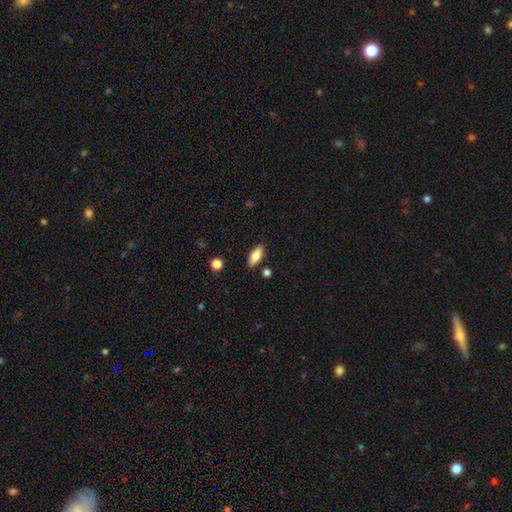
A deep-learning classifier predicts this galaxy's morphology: Q: Smooth or featured?
A: smooth (81%); runner-up: featured or disk (12%)
Q: How rounded?
A: in between (76%); runner-up: cigar-shaped (21%)
Q: Merging?
A: none (86%); runner-up: minor disturbance (10%)